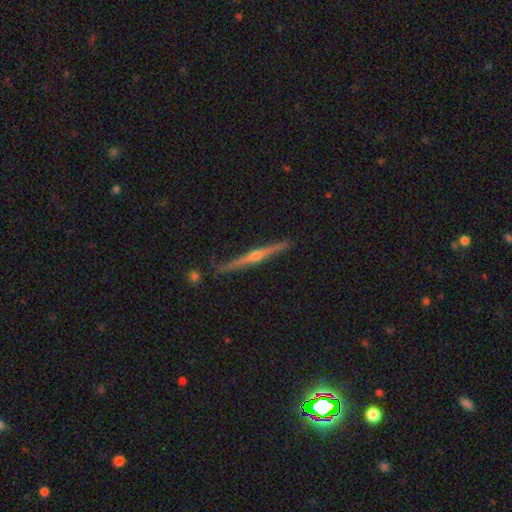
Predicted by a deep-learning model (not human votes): The model was most divided on "smooth or featured": featured or disk: 83%, smooth: 11%, star or artifact: 6%. More confident: edge-on disk — yes (98%); edge-on bulge — rounded (91%); merging — none (86%).